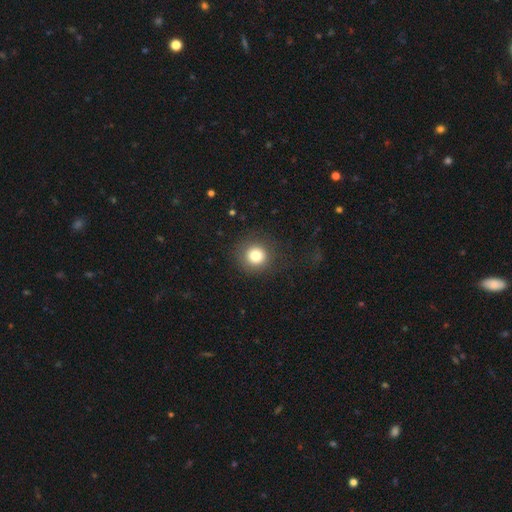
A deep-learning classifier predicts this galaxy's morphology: A smooth galaxy with no disk features (78%) that is round (94%). Merging: none (85%).